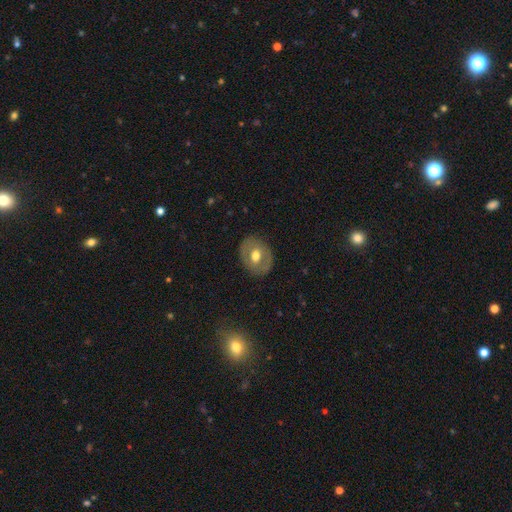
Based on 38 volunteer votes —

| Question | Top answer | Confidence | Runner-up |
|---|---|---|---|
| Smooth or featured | featured or disk | 50% | smooth (47%) |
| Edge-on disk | no | 84% | yes (16%) |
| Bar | no | 69% | weak (19%) |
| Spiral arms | no | 94% | yes (6%) |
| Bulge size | moderate | 81% | small (12%) |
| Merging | none | 81% | minor disturbance (8%) |